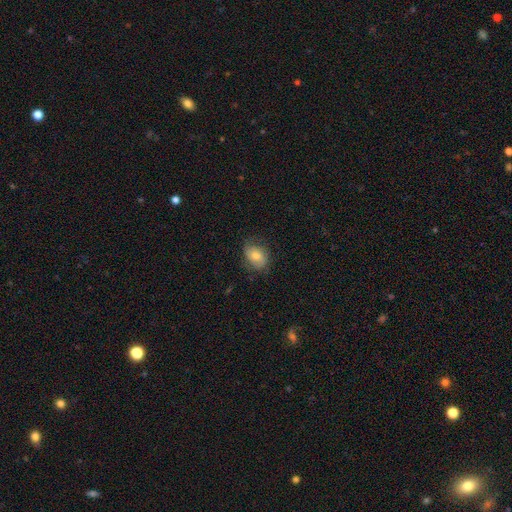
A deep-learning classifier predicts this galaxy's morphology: smooth_or_featured: smooth (p=0.60) [alt: featured or disk p=0.31]
how_rounded: in between (p=0.67) [alt: round p=0.32]
merging: none (p=0.70) [alt: minor disturbance p=0.21]